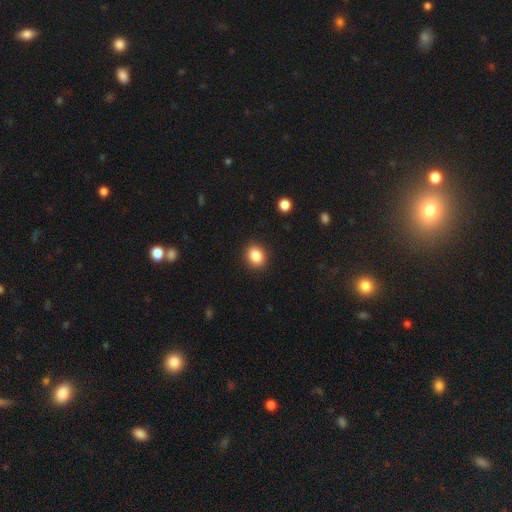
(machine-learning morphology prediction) This is clearly a smooth galaxy (86%). How rounded: possibly round (52%). Merging: clearly none (90%).